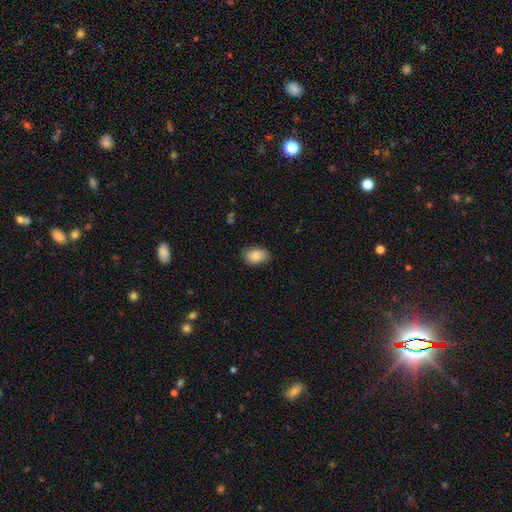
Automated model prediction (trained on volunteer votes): Overall: smooth (86%). How rounded: in between (86%). Merging: none (82%).